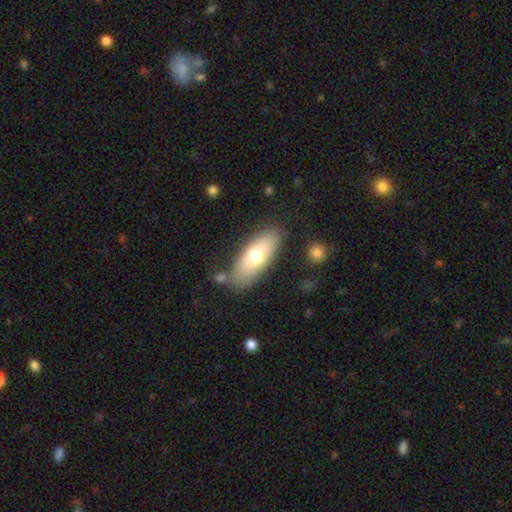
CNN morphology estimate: A smooth galaxy with no disk features (66%) that is in between round and cigar-shaped (74%).

Vote fractions:
- Smooth or featured? smooth: 66% / featured or disk: 27% / star or artifact: 7%
- How rounded? in between: 74% / cigar-shaped: 23% / round: 3%
- Merging? none: 73% / minor disturbance: 15% / merger: 7% / major disturbance: 5%